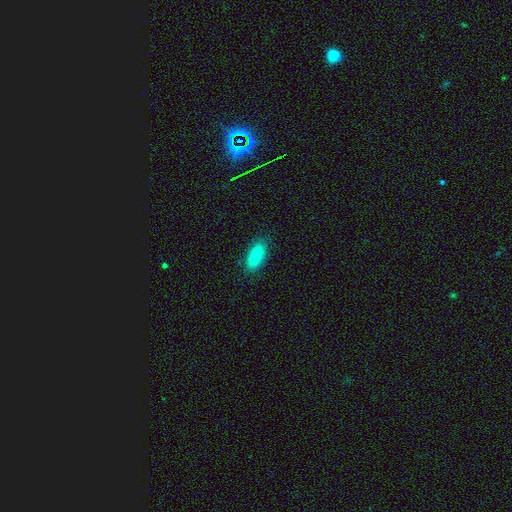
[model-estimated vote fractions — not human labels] Smooth or featured? Predicted: smooth (p=0.82). How rounded? Predicted: in between (p=0.90). Merging? Predicted: none (p=0.81).